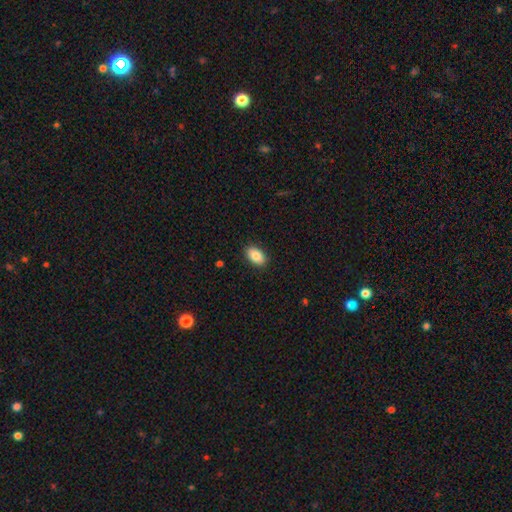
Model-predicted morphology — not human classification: This is clearly a smooth galaxy (85%). How rounded: clearly in between (92%). Merging: clearly none (89%).